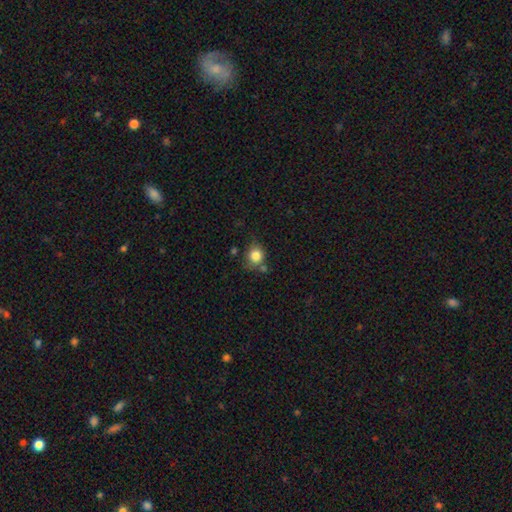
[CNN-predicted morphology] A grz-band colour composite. It shows a smooth galaxy with no disk features (83%) that is round (78%). Merging: none (63%).